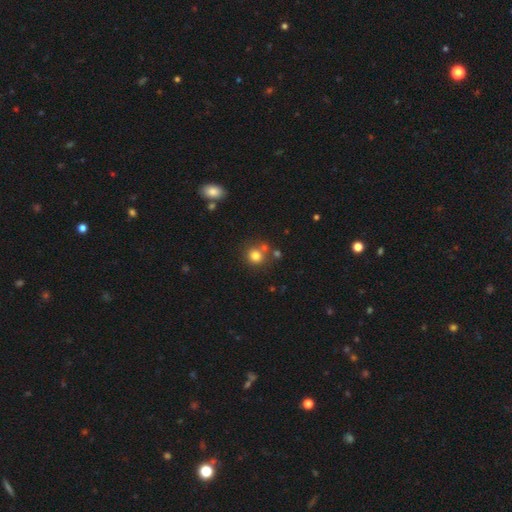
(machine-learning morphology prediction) The model was most divided on "merging": none: 69%, merger: 18%, minor disturbance: 10%, major disturbance: 4%. More confident: how rounded — round (90%); smooth or featured — smooth (78%).